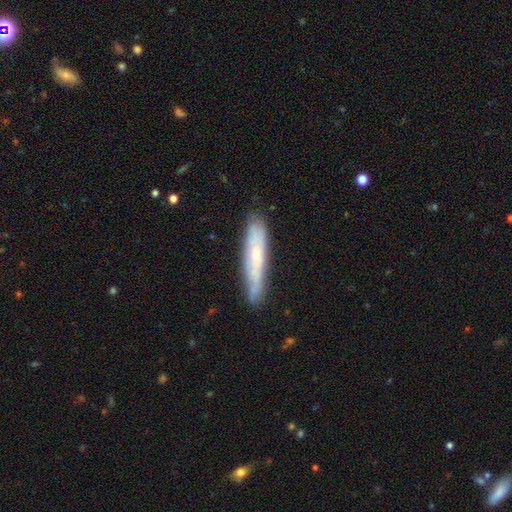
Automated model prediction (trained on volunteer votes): This is possibly a featured or disk galaxy (50%). Merging: likely none (79%).